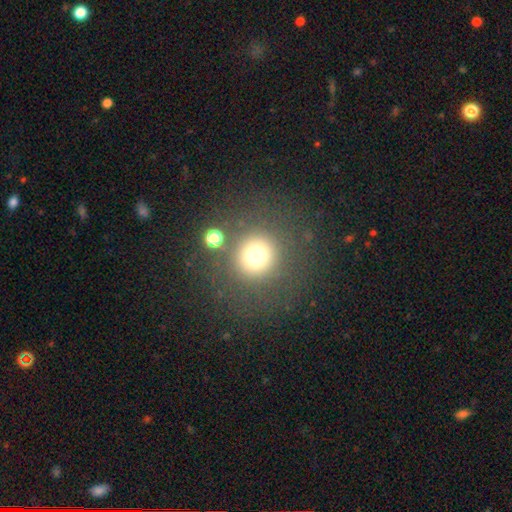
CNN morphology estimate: Smooth or featured?
  - smooth: 72% *
  - star or artifact: 18%
  - featured or disk: 10%
How rounded?
  - round: 92% *
  - in between: 7%
  - cigar-shaped: 1%
Merging?
  - none: 80% *
  - minor disturbance: 8%
  - major disturbance: 6%
  - merger: 6%